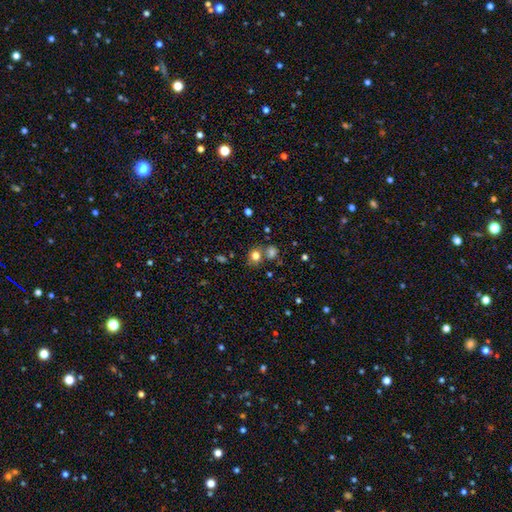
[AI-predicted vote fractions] The model was most divided on "merging": none: 61%, merger: 25%, minor disturbance: 10%, major disturbance: 4%. More confident: how rounded — round (79%); smooth or featured — smooth (79%).